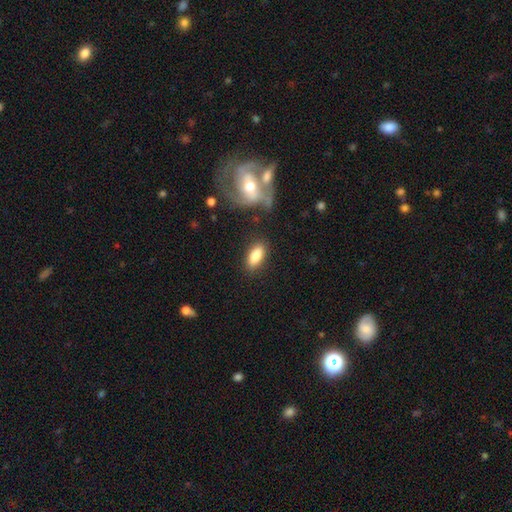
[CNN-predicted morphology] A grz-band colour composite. It shows a smooth galaxy with no disk features (84%) that is in between round and cigar-shaped (83%). Merging: none (82%).